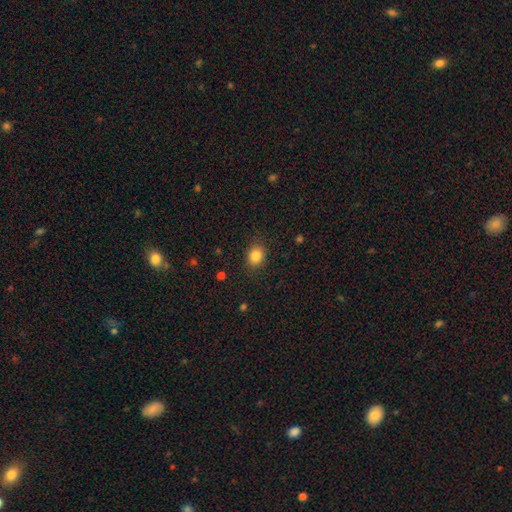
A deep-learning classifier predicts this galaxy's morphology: A smooth galaxy with no disk features (85%) that is round (57%).

Vote fractions:
- Smooth or featured? smooth: 85% / star or artifact: 10% / featured or disk: 5%
- How rounded? round: 57% / in between: 42% / cigar-shaped: 1%
- Merging? none: 88% / minor disturbance: 9% / major disturbance: 3% / merger: 1%